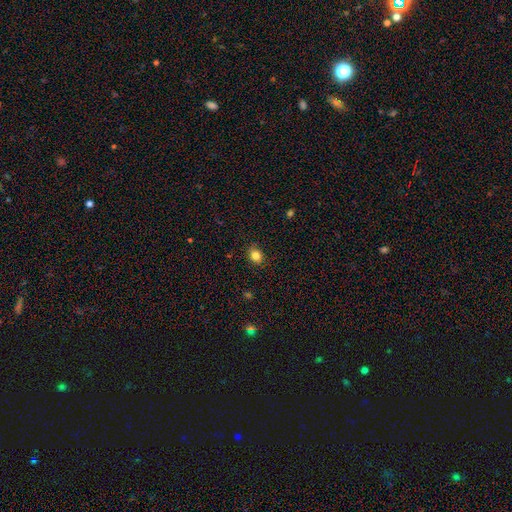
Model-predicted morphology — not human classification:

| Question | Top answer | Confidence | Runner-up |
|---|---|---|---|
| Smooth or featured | smooth | 83% | star or artifact (11%) |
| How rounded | round | 56% | in between (43%) |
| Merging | none | 85% | minor disturbance (11%) |